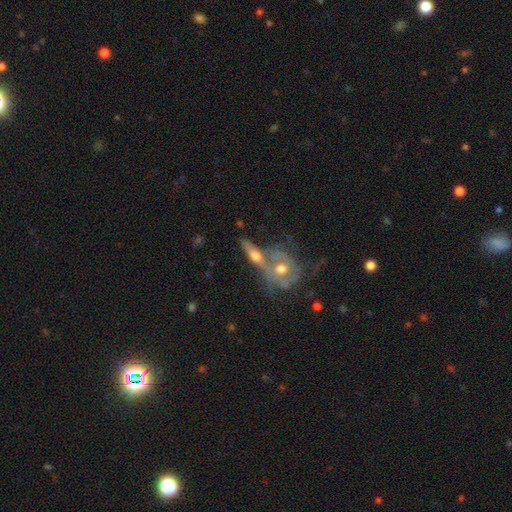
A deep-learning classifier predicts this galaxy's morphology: Smooth or featured?
  - featured or disk: 63% *
  - smooth: 30%
  - star or artifact: 7%
Edge-on disk?
  - no: 51% *
  - yes: 49%
Merging?
  - merger: 48% *
  - none: 34%
  - minor disturbance: 12%
  - major disturbance: 6%